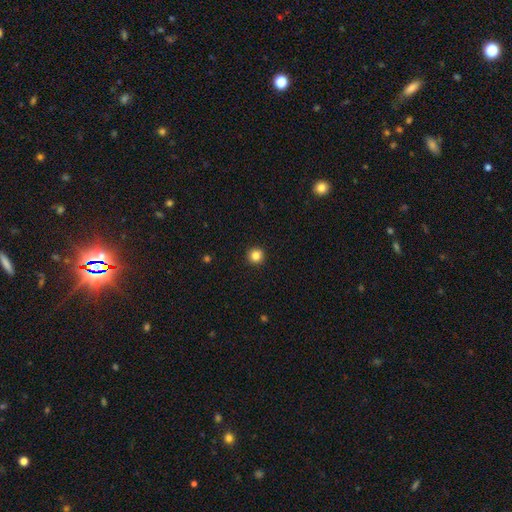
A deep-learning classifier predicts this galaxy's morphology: Overall: smooth (85%). How rounded: round (96%). Merging: none (94%).